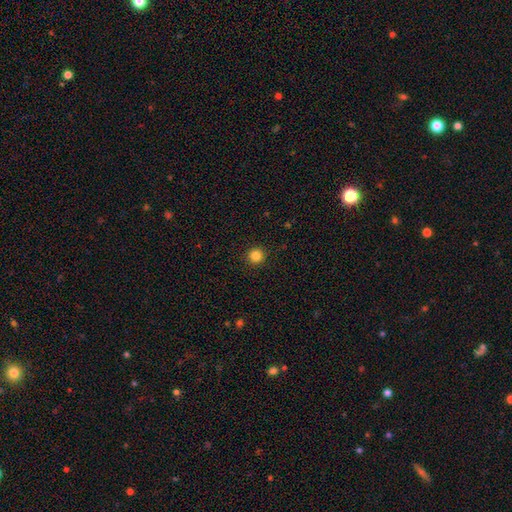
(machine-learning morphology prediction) Q: Smooth or featured?
A: smooth (84%); runner-up: star or artifact (12%)
Q: How rounded?
A: round (95%); runner-up: in between (4%)
Q: Merging?
A: none (93%); runner-up: minor disturbance (5%)